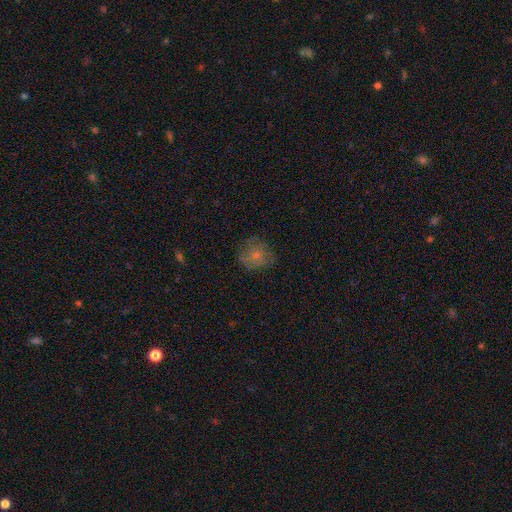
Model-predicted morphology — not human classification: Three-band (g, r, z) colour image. It shows a smooth galaxy with no disk features (69%) that is round (80%). Merging: none (67%).